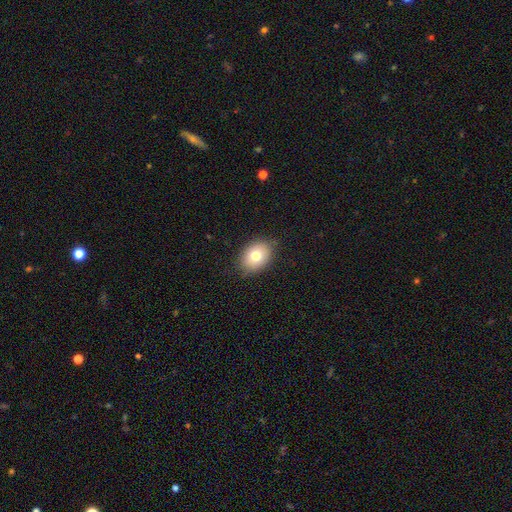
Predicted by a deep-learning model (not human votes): A smooth galaxy with no disk features (75%) that is in between round and cigar-shaped (71%). Merging: none (82%).